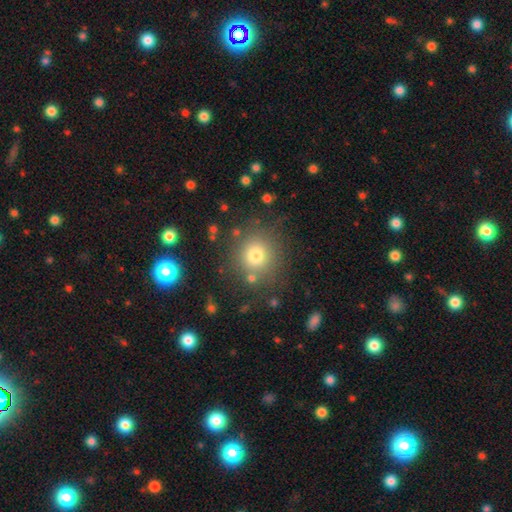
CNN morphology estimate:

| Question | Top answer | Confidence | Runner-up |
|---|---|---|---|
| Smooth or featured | smooth | 74% | star or artifact (16%) |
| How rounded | round | 89% | in between (10%) |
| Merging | none | 80% | minor disturbance (10%) |